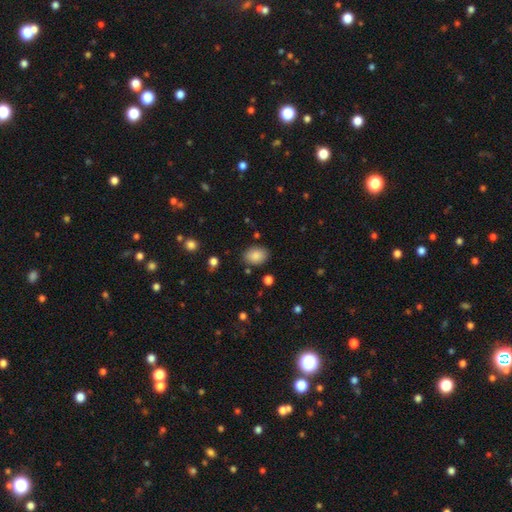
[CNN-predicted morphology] smooth_or_featured: smooth (p=0.87) [alt: star or artifact p=0.08]
how_rounded: in between (p=0.76) [alt: round p=0.23]
merging: none (p=0.85) [alt: minor disturbance p=0.10]